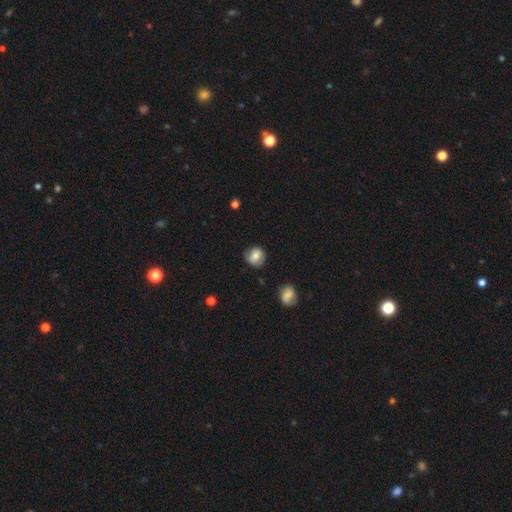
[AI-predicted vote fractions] Overall: smooth (70%). How rounded: round (78%). Merging: none (73%).